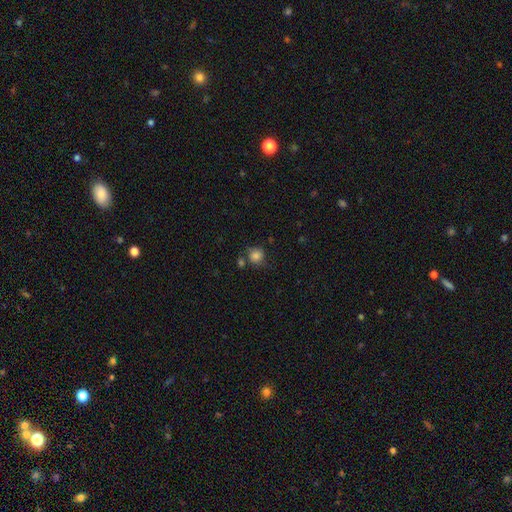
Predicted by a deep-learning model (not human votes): A smooth galaxy with no disk features (79%) that is round (82%). Merging: none (60%).